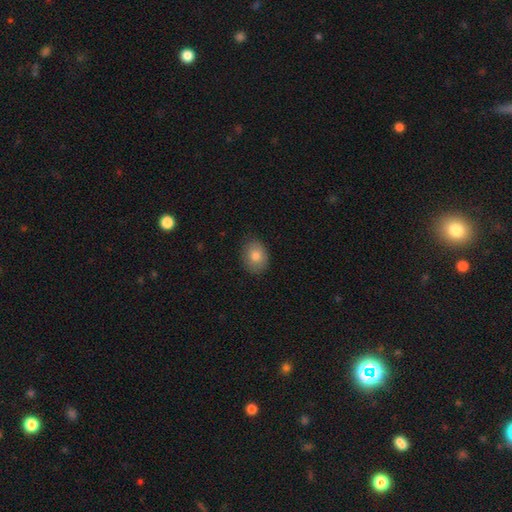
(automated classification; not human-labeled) The model was most divided on "how rounded": in between: 58%, round: 41%, cigar-shaped: 1%. More confident: merging — none (85%); smooth or featured — smooth (80%).